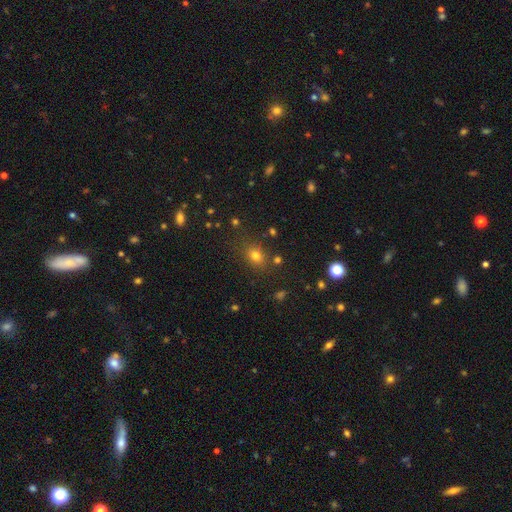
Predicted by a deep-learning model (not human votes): The model was most divided on "how rounded": round: 50%, in between: 48%, cigar-shaped: 1%. More confident: merging — none (78%); smooth or featured — smooth (72%).